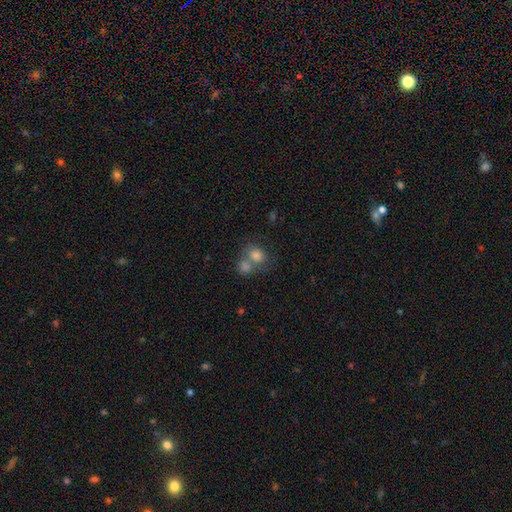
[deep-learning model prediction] Smooth or featured? Predicted: smooth (p=0.76). How rounded? Predicted: round (p=0.63). Merging? Predicted: merger (p=0.54).